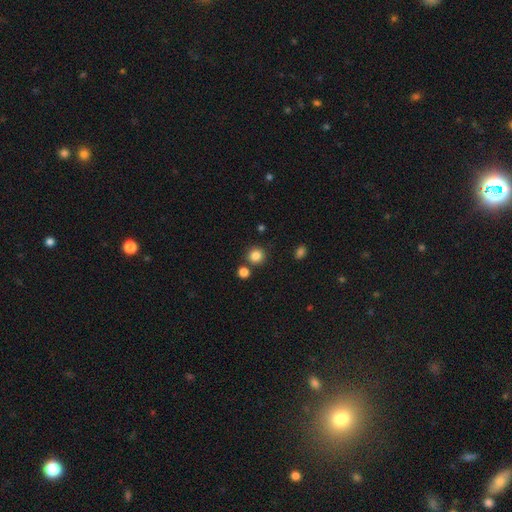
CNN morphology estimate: This is clearly a smooth galaxy (84%). How rounded: clearly round (92%). Merging: clearly none (81%).